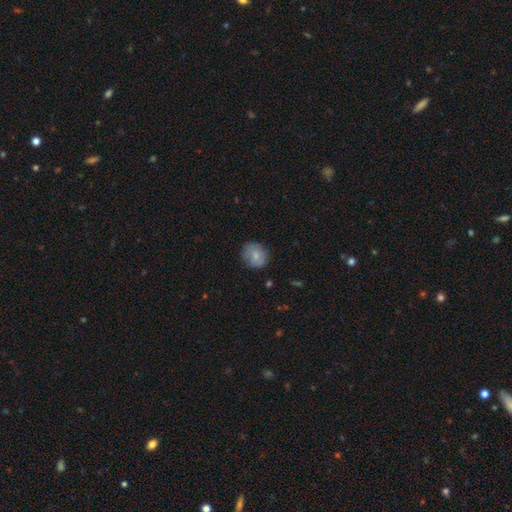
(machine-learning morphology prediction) type=smooth (78%); roundness=round (75%); merging=none (75%).